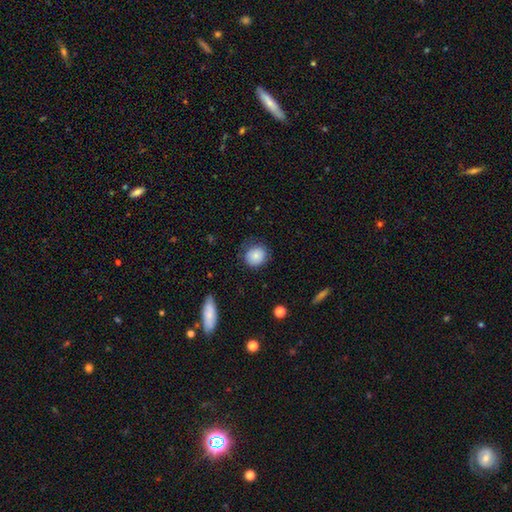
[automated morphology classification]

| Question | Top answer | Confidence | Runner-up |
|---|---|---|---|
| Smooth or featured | smooth | 83% | featured or disk (9%) |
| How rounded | round | 79% | in between (20%) |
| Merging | none | 73% | minor disturbance (20%) |